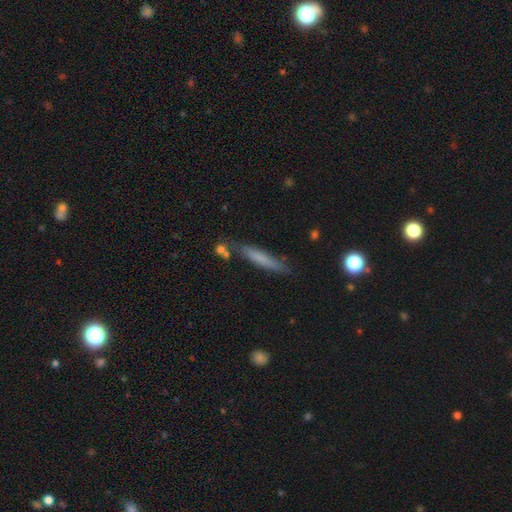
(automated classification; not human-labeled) This appears to be a smooth galaxy with no disk features (62%) that is cigar-shaped (91%). Merging: none (79%).